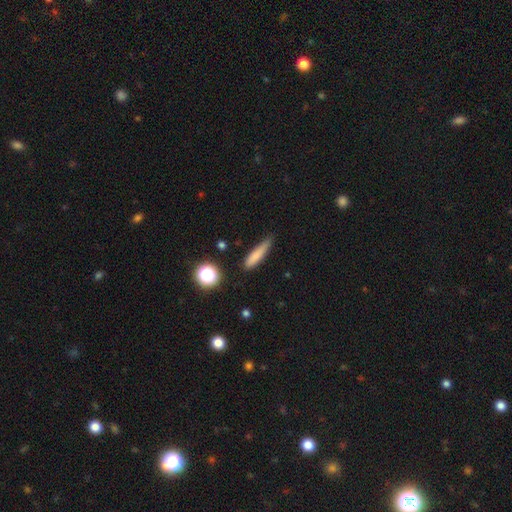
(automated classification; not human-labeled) smooth 78%, featured or disk 13%, star or artifact 9%. Down the decision tree: how rounded — cigar-shaped (80%); merging — none (65%).